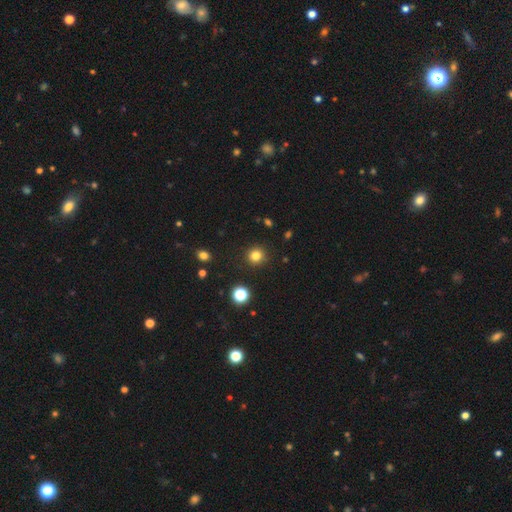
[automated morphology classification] This appears to be a smooth galaxy with no disk features (81%) that is round (92%). Merging: none (90%).